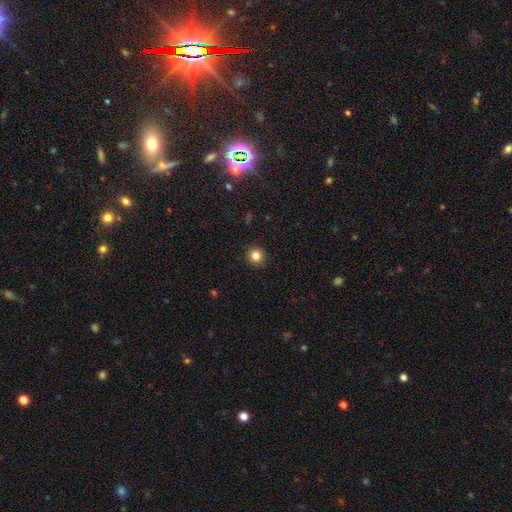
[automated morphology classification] Smooth or featured? smooth (85%)
How rounded? round (93%)
Merging? none (92%)